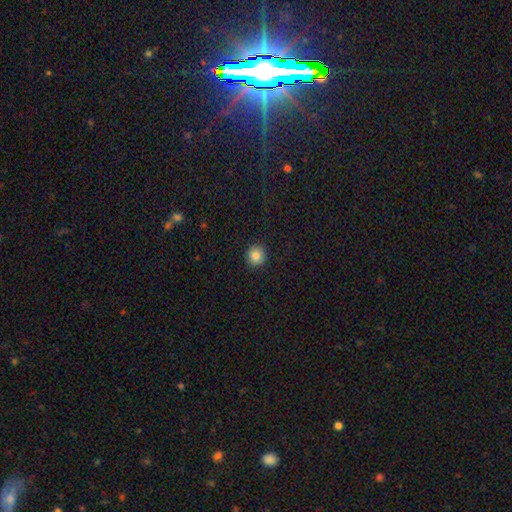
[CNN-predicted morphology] Smooth or featured?
  - smooth: 83% *
  - star or artifact: 10%
  - featured or disk: 6%
How rounded?
  - round: 94% *
  - in between: 6%
  - cigar-shaped: 1%
Merging?
  - none: 92% *
  - minor disturbance: 6%
  - major disturbance: 2%
  - merger: 1%